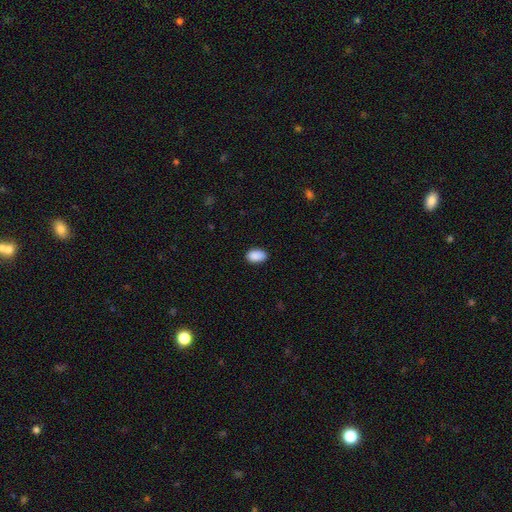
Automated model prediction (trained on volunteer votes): The model was most divided on "merging": none: 86%, minor disturbance: 11%, major disturbance: 2%, merger: 1%. More confident: how rounded — in between (93%); smooth or featured — smooth (90%).